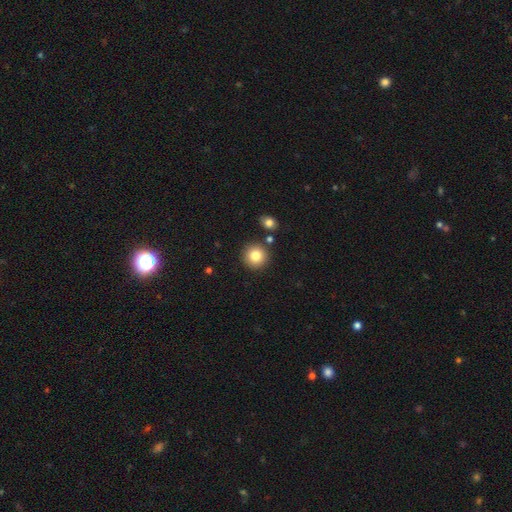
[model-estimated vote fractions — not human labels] Smooth or featured: smooth — 83% (star or artifact — 10%)
How rounded: round — 93% (in between — 6%)
Merging: none — 85% (minor disturbance — 7%)